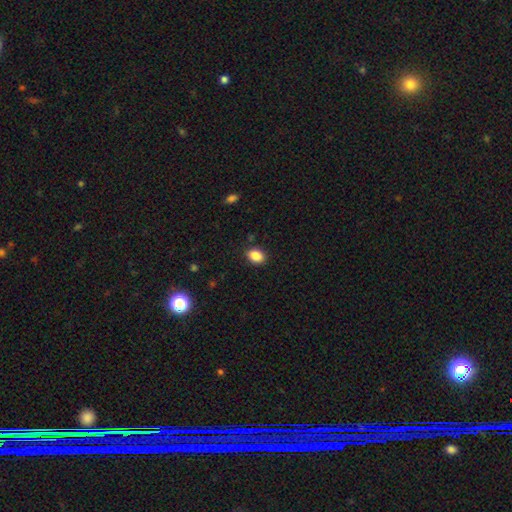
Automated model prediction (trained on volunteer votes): smooth 87%, star or artifact 9%, featured or disk 4%. Down the decision tree: how rounded — in between (66%); merging — none (88%).